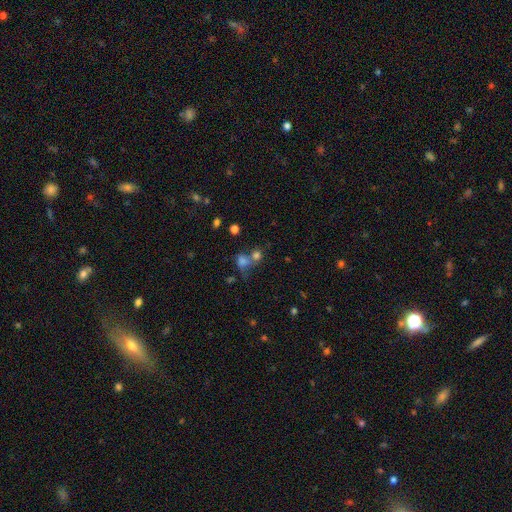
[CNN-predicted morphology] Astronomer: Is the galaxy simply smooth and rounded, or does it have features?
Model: smooth — 48% (runner-up: star or artifact, 37%).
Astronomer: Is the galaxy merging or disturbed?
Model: none — 51% (runner-up: merger, 34%).